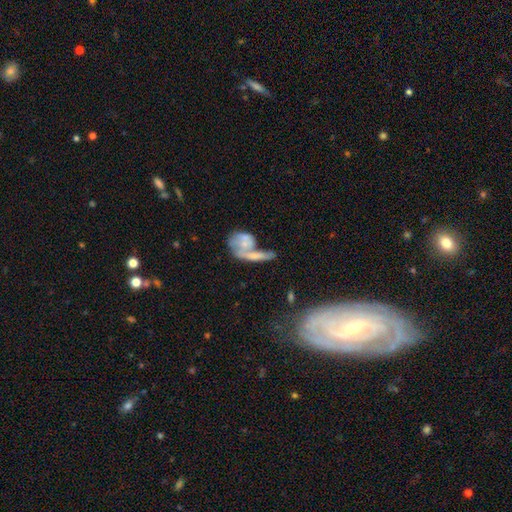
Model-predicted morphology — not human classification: smooth-or-featured: smooth: 46% | featured or disk: 45% | star or artifact: 9%
  merging: merger: 54% | none: 24% | major disturbance: 12% | minor disturbance: 10%